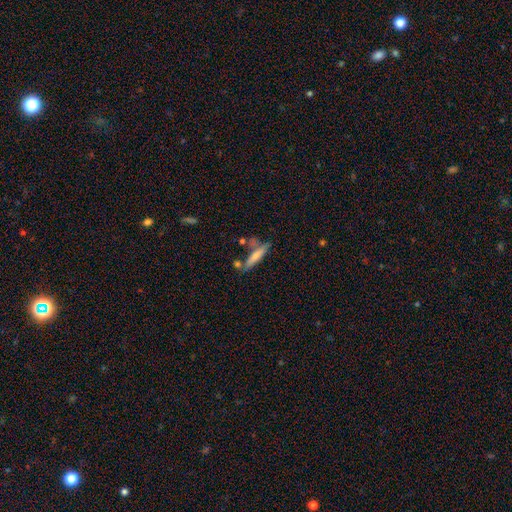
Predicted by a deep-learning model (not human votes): A smooth galaxy with no disk features (64%) that is cigar-shaped (84%).

Vote fractions:
- Smooth or featured? smooth: 64% / featured or disk: 30% / star or artifact: 7%
- How rounded? cigar-shaped: 84% / in between: 14% / round: 2%
- Merging? none: 61% / minor disturbance: 18% / merger: 15% / major disturbance: 6%